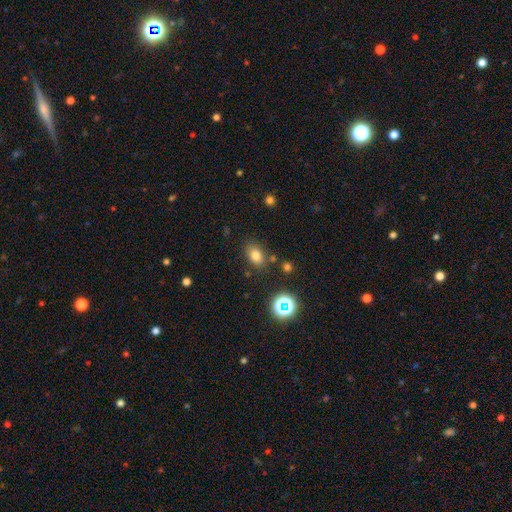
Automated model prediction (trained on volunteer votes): Smooth or featured: smooth — 76% (star or artifact — 16%)
How rounded: in between — 75% (round — 23%)
Merging: none — 78% (minor disturbance — 13%)